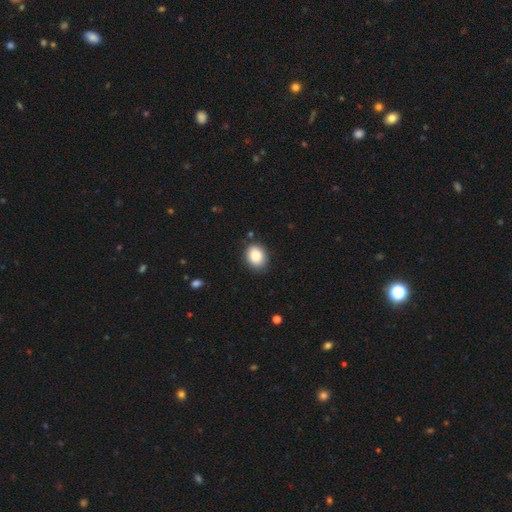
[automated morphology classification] The model was most divided on "how rounded": in between: 55%, round: 44%, cigar-shaped: 1%. More confident: smooth or featured — smooth (86%); merging — none (84%).